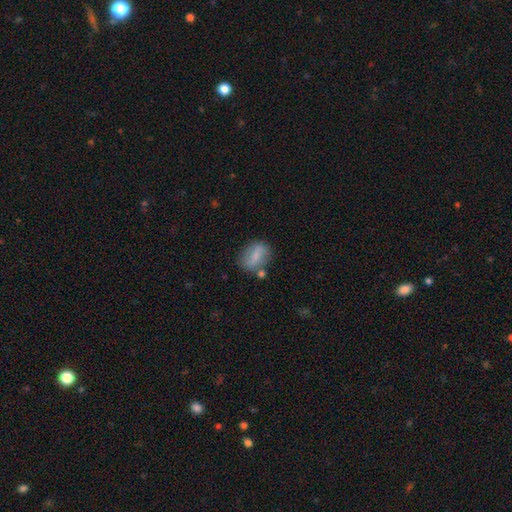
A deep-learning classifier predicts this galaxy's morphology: Smooth or featured: smooth — 67% (featured or disk — 25%)
How rounded: in between — 68% (round — 27%)
Merging: none — 66% (minor disturbance — 18%)